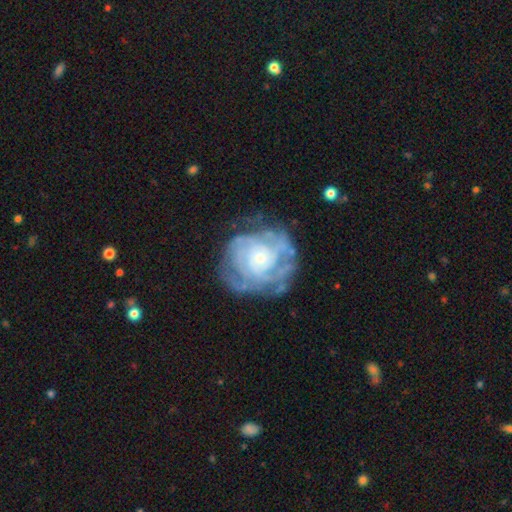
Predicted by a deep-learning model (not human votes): featured or disk 79%, smooth 14%, star or artifact 7%. Down the decision tree: edge-on disk — no (97%); bar — no (81%); spiral arms — yes (85%); spiral arm count — can't tell (50%); spiral winding — tight (74%); bulge size — small (71%); merging — none (71%).